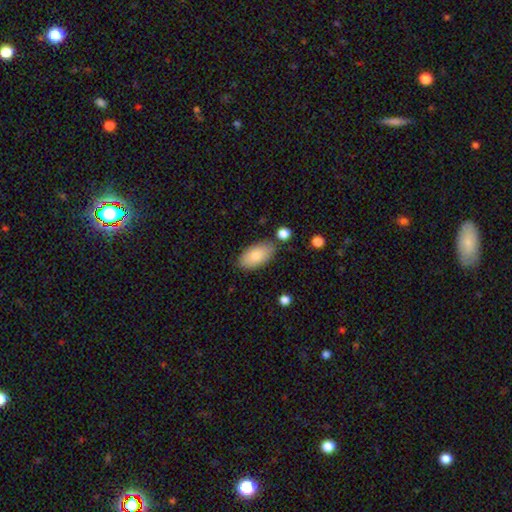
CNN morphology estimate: The model was most divided on "merging": none: 80%, minor disturbance: 13%, merger: 5%, major disturbance: 3%. More confident: how rounded — in between (94%); smooth or featured — smooth (83%).